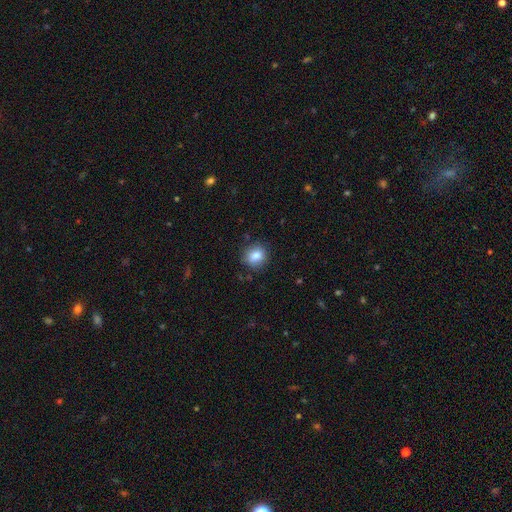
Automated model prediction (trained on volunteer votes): Morphology: type=smooth (82%); roundness=round (74%); merging=none (81%).